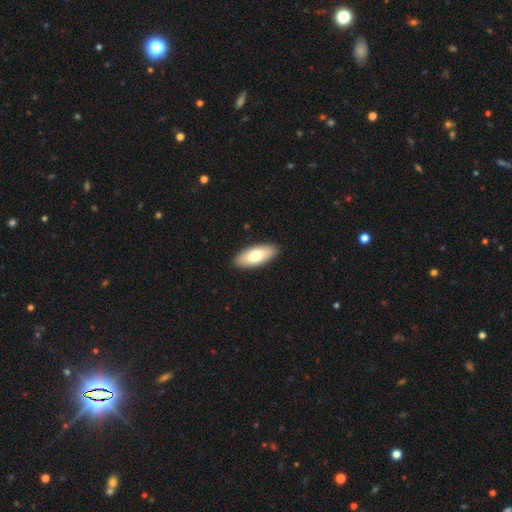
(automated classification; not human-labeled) Smooth or featured? Predicted: smooth (p=0.74). How rounded? Predicted: in between (p=0.84). Merging? Predicted: none (p=0.91).